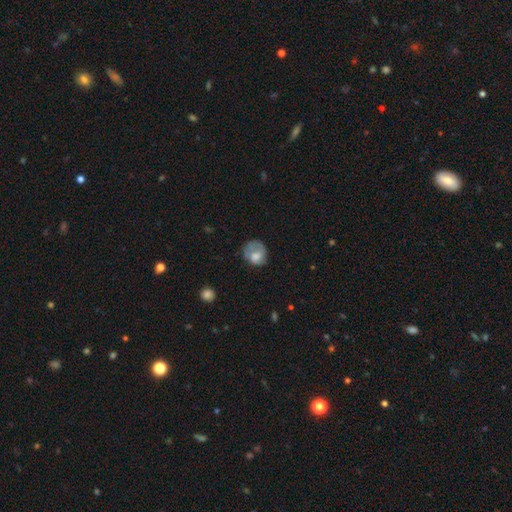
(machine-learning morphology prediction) smooth_or_featured: smooth (p=0.63) [alt: featured or disk p=0.29]
how_rounded: round (p=0.65) [alt: in between p=0.34]
merging: none (p=0.41) [alt: minor disturbance p=0.31]